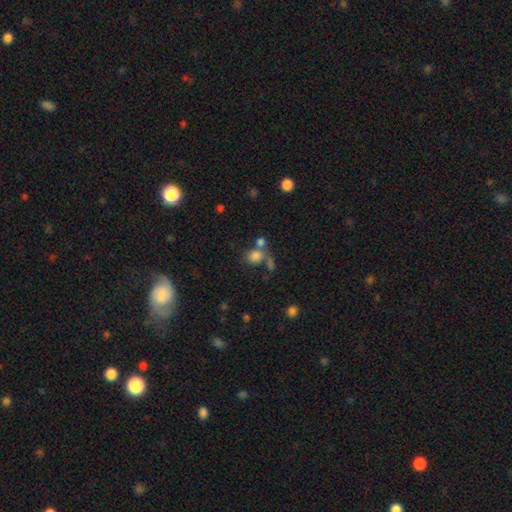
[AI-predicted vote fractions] Smooth or featured?
  - smooth: 79% *
  - star or artifact: 12%
  - featured or disk: 8%
How rounded?
  - round: 69% *
  - in between: 29%
  - cigar-shaped: 1%
Merging?
  - none: 48% *
  - merger: 32%
  - minor disturbance: 11%
  - major disturbance: 9%